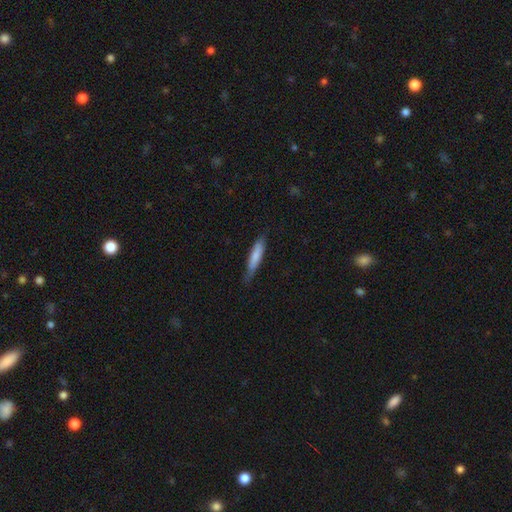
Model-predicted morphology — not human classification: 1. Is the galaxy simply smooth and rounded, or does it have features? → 75% smooth, 19% featured or disk, 5% star or artifact.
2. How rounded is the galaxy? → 84% cigar-shaped, 15% in between, 1% round.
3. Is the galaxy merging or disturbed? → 71% none, 24% minor disturbance, 4% major disturbance, 1% merger.